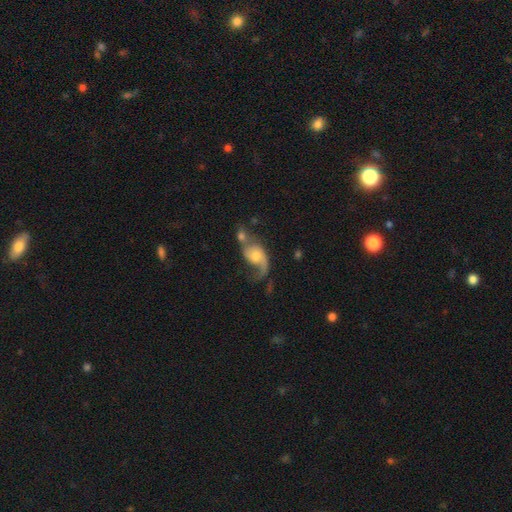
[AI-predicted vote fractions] Smooth or featured?
  - featured or disk: 71% *
  - smooth: 22%
  - star or artifact: 7%
Edge-on disk?
  - no: 96% *
  - yes: 4%
Bar?
  - no: 69% *
  - weak: 26%
  - strong: 5%
Spiral arms?
  - yes: 89% *
  - no: 11%
Spiral winding?
  - loose: 72% *
  - medium: 22%
  - tight: 6%
Spiral arm count?
  - 2: 55% *
  - 1: 39%
  - can't tell: 4%
  - 3: 1%
  - 4: 1%
  - more than 4: 1%
Bulge size?
  - moderate: 51% *
  - small: 34%
  - large: 9%
  - none: 4%
  - dominant: 2%
Merging?
  - merger: 34% *
  - none: 29%
  - major disturbance: 23%
  - minor disturbance: 15%